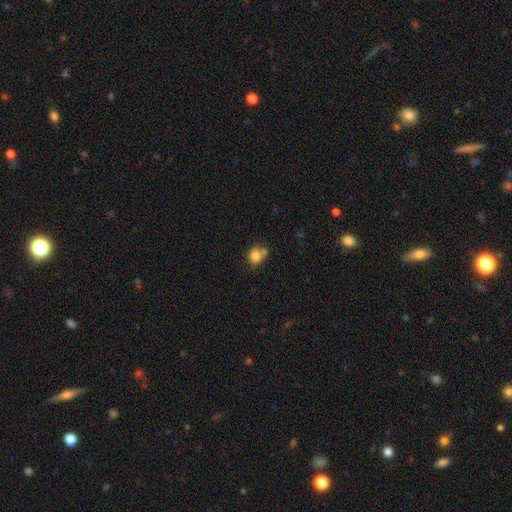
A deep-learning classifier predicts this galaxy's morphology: Overall: smooth (81%). How rounded: round (69%; in between 30%). Merging: none (54%; merger 24%).